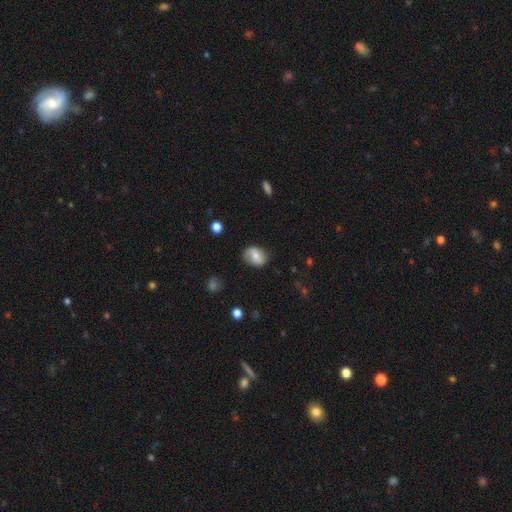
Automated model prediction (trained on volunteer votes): A smooth galaxy with no disk features (59%) that is in between round and cigar-shaped (65%).

Vote fractions:
- Smooth or featured? smooth: 59% / featured or disk: 33% / star or artifact: 8%
- How rounded? in between: 65% / round: 33% / cigar-shaped: 1%
- Merging? none: 76% / minor disturbance: 18% / major disturbance: 5% / merger: 1%